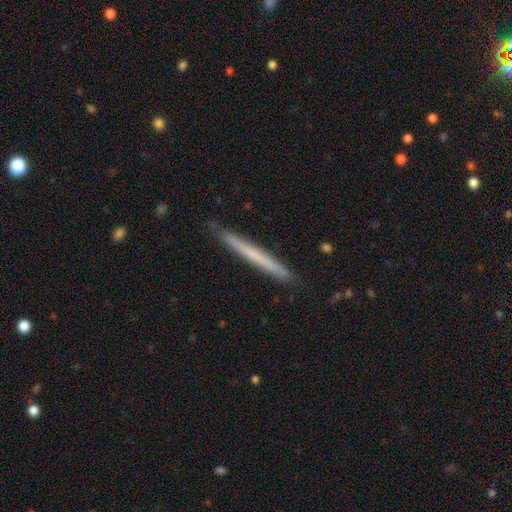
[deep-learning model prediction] A smooth galaxy with no disk features (55%) that is cigar-shaped (97%). Merging: none (89%).